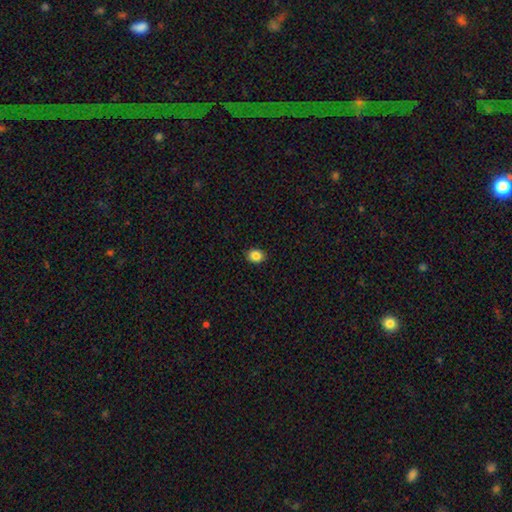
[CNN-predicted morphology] A smooth galaxy with no disk features (86%) that is round (60%). Merging: none (91%).